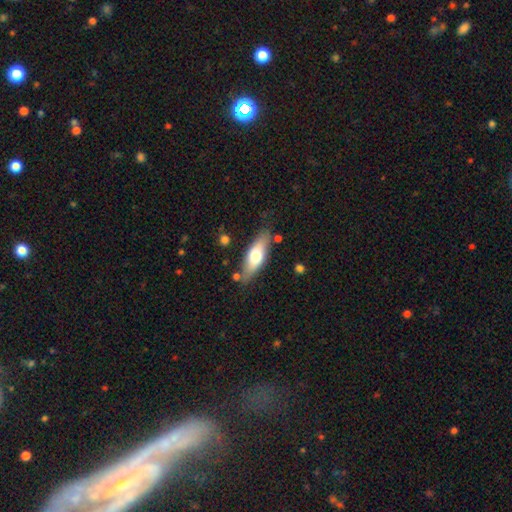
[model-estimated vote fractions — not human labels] smooth_or_featured: smooth (p=0.61) [alt: featured or disk p=0.34]
how_rounded: in between (p=0.58) [alt: cigar-shaped p=0.39]
merging: none (p=0.78) [alt: minor disturbance p=0.15]